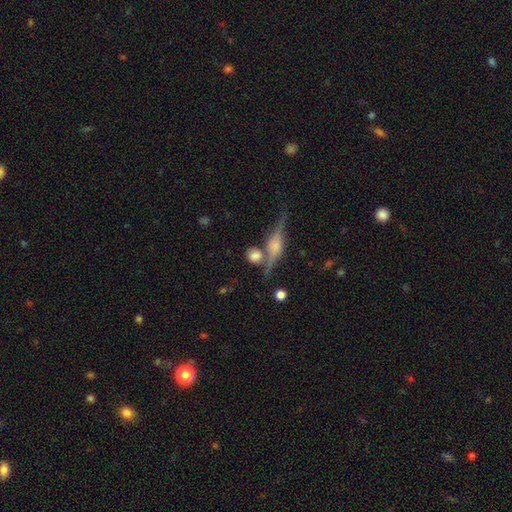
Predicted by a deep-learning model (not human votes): Smooth or featured: smooth — 53% (featured or disk — 38%)
How rounded: round — 64% (in between — 26%)
Merging: none — 65% (merger — 16%)